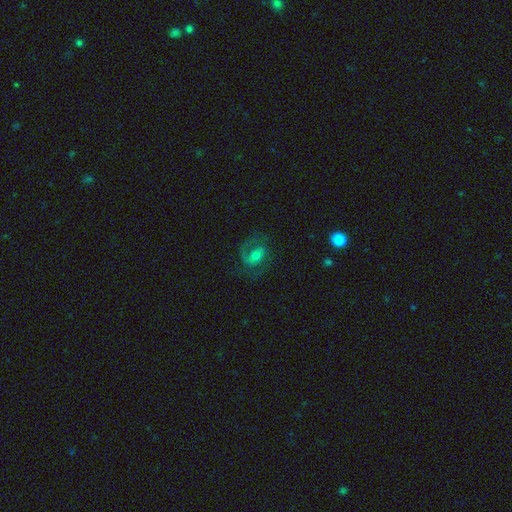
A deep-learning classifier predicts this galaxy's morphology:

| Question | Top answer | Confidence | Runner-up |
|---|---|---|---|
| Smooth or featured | featured or disk | 73% | smooth (18%) |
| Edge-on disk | no | 97% | yes (3%) |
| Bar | no | 44% | weak (40%) |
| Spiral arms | yes | 91% | no (9%) |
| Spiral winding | medium | 53% | loose (24%) |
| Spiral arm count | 2 | 75% | 1 (13%) |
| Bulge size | moderate | 55% | small (36%) |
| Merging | none | 65% | minor disturbance (17%) |